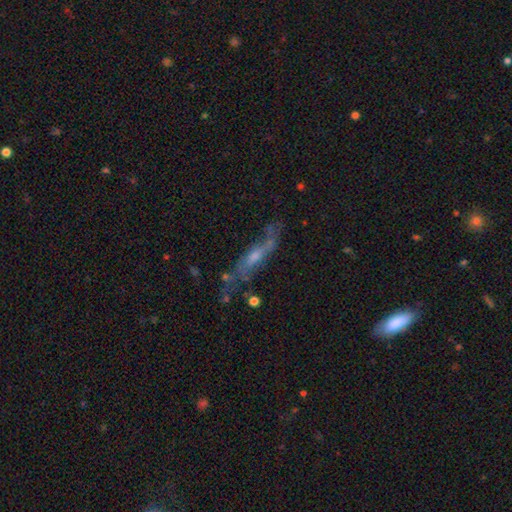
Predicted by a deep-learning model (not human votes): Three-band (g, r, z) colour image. It shows a featured or disk galaxy (65%). Merging: none (49%).